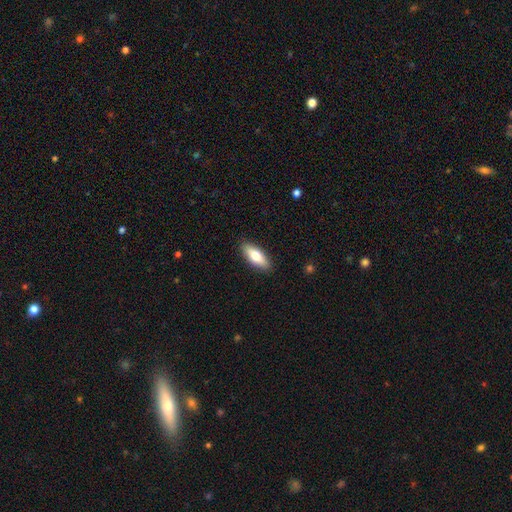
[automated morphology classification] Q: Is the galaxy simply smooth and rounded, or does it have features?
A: smooth — 70%.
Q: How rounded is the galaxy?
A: in between — 70%.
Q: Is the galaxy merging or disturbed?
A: none — 89%.